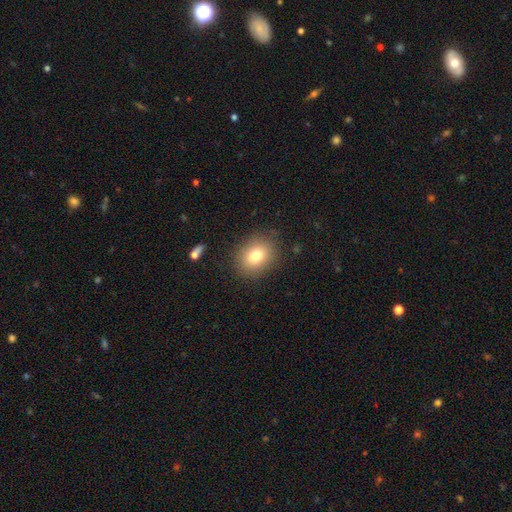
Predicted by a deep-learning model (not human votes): Smooth or featured? smooth (78%)
How rounded? round (54%)
Merging? none (85%)